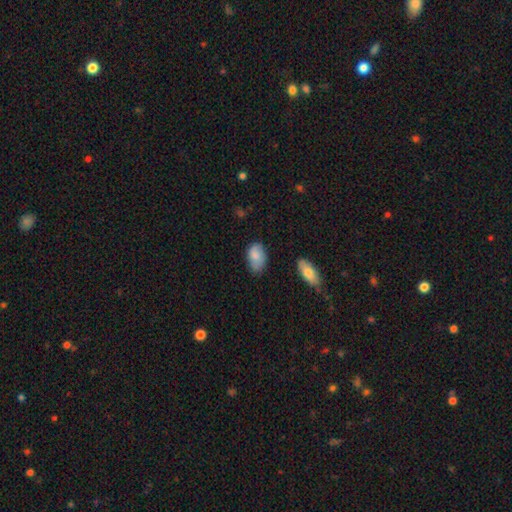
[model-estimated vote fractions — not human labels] smooth 82%, featured or disk 11%, star or artifact 7%. Down the decision tree: how rounded — in between (92%); merging — none (63%).